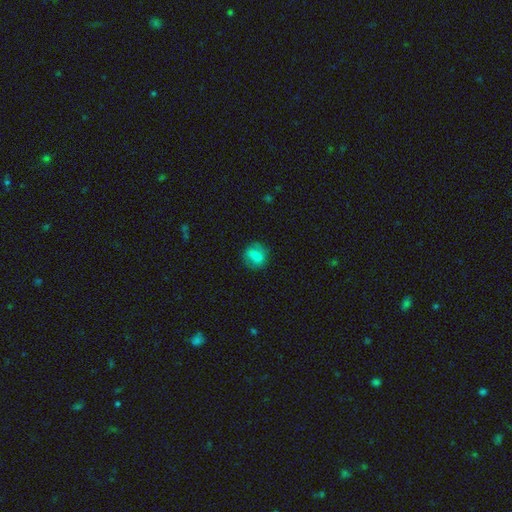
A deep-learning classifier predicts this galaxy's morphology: smooth-or-featured: smooth: 74% | featured or disk: 17% | star or artifact: 9%
  how-rounded: round: 71% | in between: 28% | cigar-shaped: 2%
  merging: none: 79% | minor disturbance: 15% | major disturbance: 5% | merger: 1%